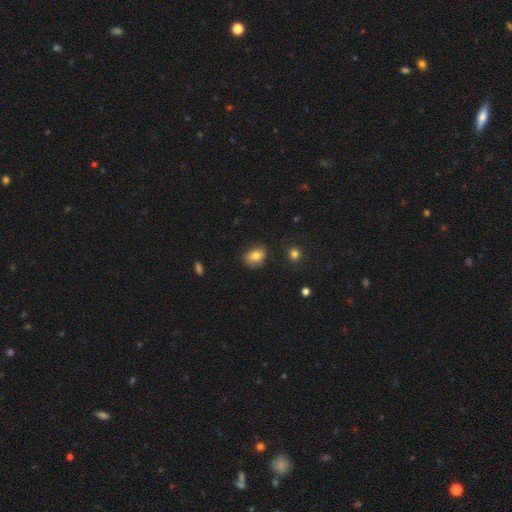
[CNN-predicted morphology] Smooth or featured: smooth — 80% (featured or disk — 11%)
How rounded: in between — 59% (round — 40%)
Merging: none — 71% (minor disturbance — 22%)